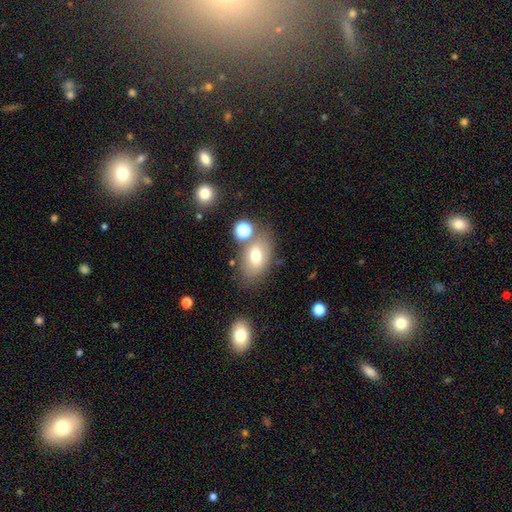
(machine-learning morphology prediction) A smooth galaxy with no disk features (70%) that is in between round and cigar-shaped (86%).

Vote fractions:
- Smooth or featured? smooth: 70% / featured or disk: 19% / star or artifact: 11%
- How rounded? in between: 86% / round: 12% / cigar-shaped: 2%
- Merging? none: 65% / minor disturbance: 16% / merger: 12% / major disturbance: 7%